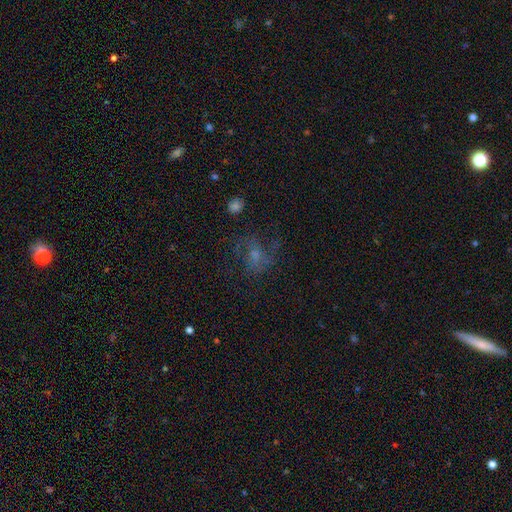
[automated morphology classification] Overall: featured or disk (46%; smooth 35%). Merging: none (53%; major disturbance 25%).